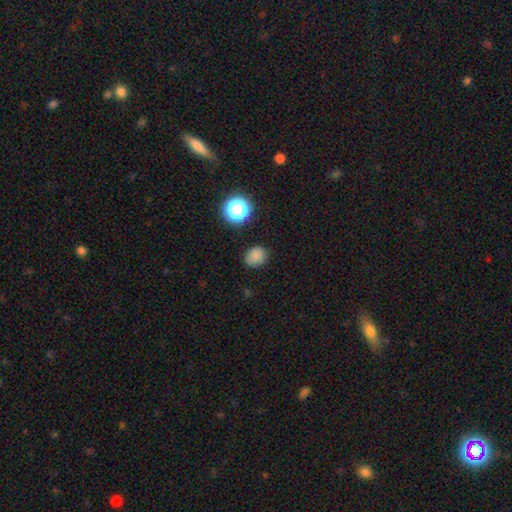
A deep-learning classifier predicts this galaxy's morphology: smooth-or-featured: smooth: 81% | star or artifact: 14% | featured or disk: 5%
  how-rounded: round: 66% | in between: 33% | cigar-shaped: 1%
  merging: none: 82% | minor disturbance: 13% | major disturbance: 3% | merger: 2%